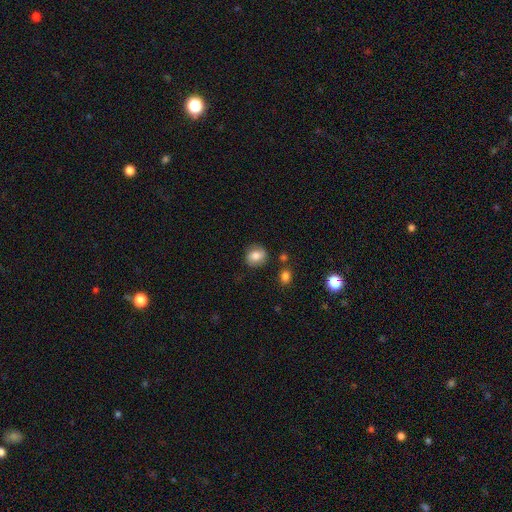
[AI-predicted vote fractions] Smooth or featured? smooth (76%)
How rounded? round (68%)
Merging? none (79%)